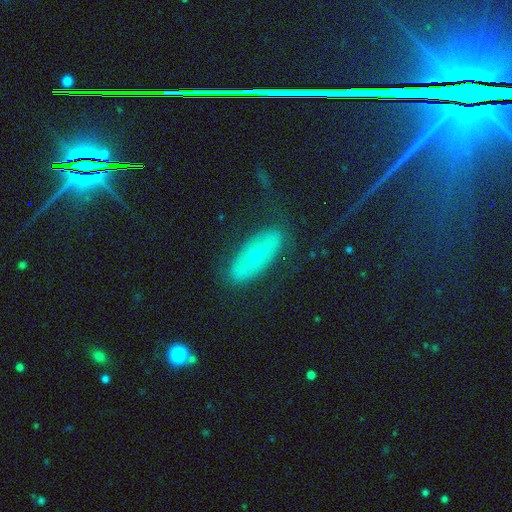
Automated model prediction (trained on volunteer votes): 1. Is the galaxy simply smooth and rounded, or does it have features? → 52% featured or disk, 35% smooth, 13% star or artifact.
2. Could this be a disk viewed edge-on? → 72% no, 28% yes.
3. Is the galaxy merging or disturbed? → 77% none, 13% minor disturbance, 8% major disturbance, 2% merger.